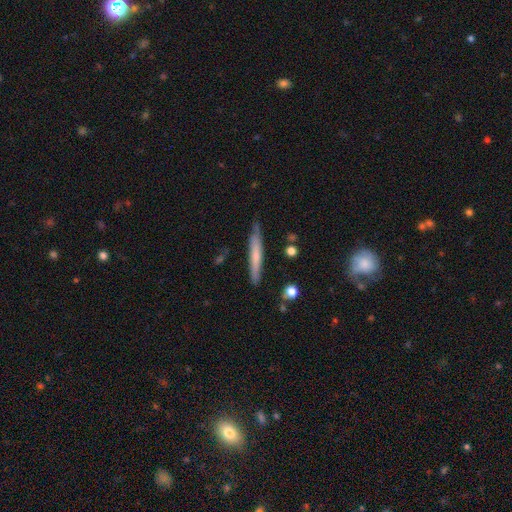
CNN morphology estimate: smooth-or-featured: smooth: 59% | featured or disk: 35% | star or artifact: 6%
  how-rounded: cigar-shaped: 95% | in between: 4% | round: 1%
  merging: none: 80% | minor disturbance: 15% | major disturbance: 2% | merger: 2%